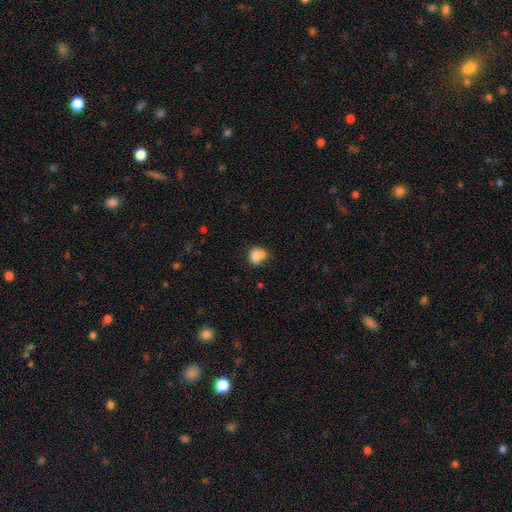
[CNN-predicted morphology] smooth 80%, star or artifact 10%, featured or disk 10%. Down the decision tree: how rounded — round (65%); merging — none (44%).